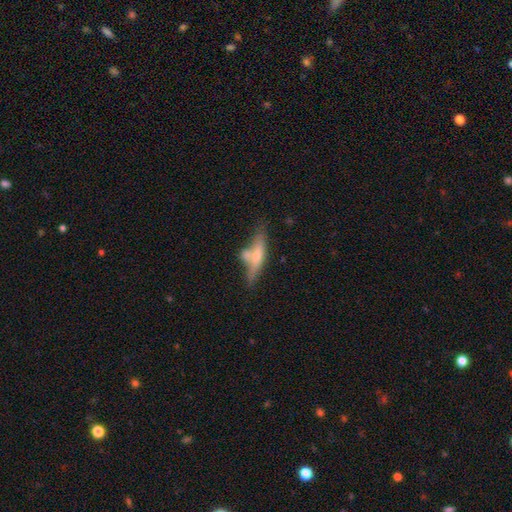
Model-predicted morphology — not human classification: A smooth galaxy with no disk features (48%). Merging: none (47%).